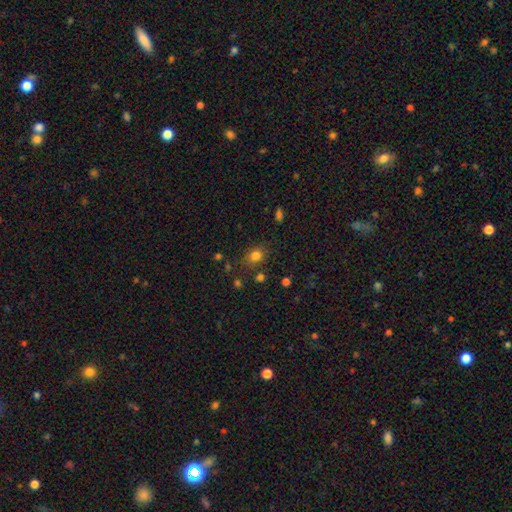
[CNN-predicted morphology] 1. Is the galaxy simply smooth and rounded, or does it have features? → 79% smooth, 14% star or artifact, 7% featured or disk.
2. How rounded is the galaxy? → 55% round, 44% in between, 1% cigar-shaped.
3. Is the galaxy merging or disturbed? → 76% none, 14% minor disturbance, 5% major disturbance, 4% merger.